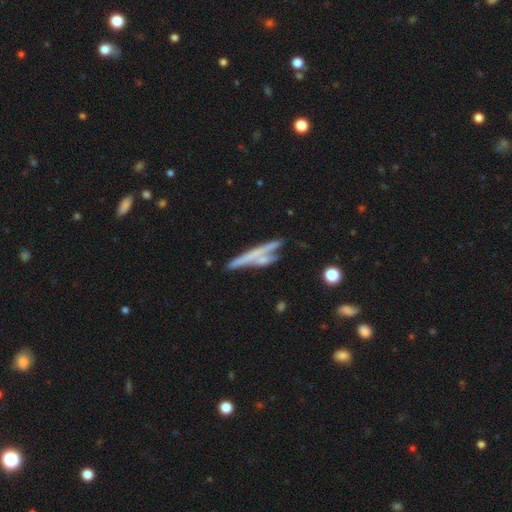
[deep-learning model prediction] A featured or disk galaxy (53%) viewed edge-on (83%). Merging: none (47%).